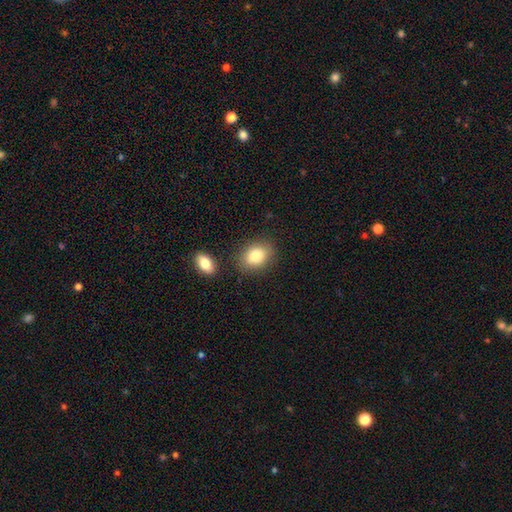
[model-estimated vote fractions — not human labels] A smooth galaxy with no disk features (84%) that is in between round and cigar-shaped (72%). Merging: none (79%).